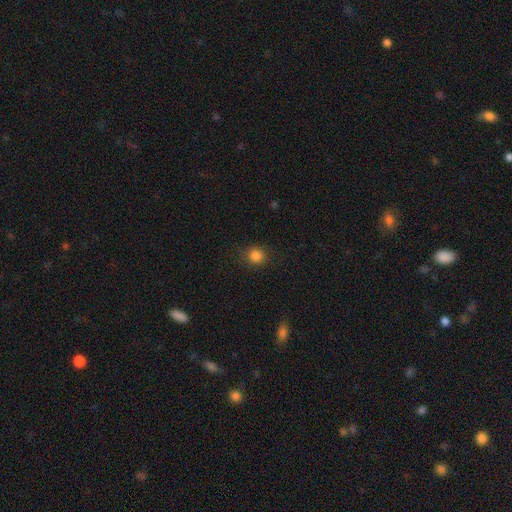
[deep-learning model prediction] A smooth galaxy with no disk features (84%) that is round (86%). Merging: none (84%).